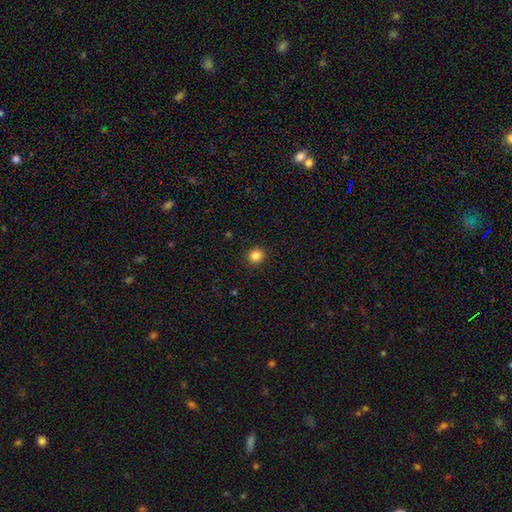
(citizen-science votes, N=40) Morphology: type=smooth (85%); roundness=round (88%); merging=none (97%).